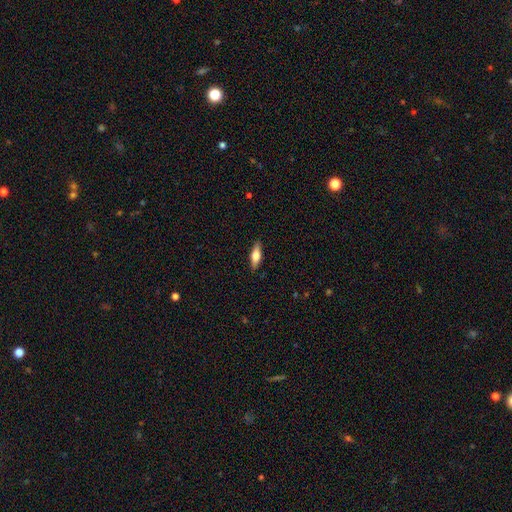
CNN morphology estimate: Smooth or featured?
  - smooth: 58% *
  - featured or disk: 36%
  - star or artifact: 6%
How rounded?
  - in between: 54% *
  - cigar-shaped: 43%
  - round: 3%
Merging?
  - none: 89% *
  - minor disturbance: 8%
  - major disturbance: 2%
  - merger: 1%